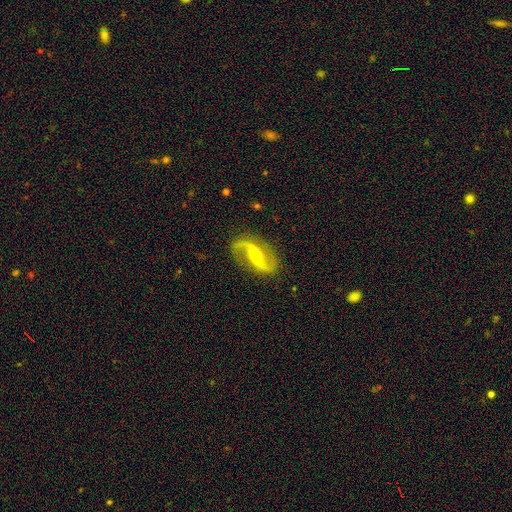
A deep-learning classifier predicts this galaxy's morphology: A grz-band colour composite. It shows a featured or disk galaxy (91%) with a strong bar (35%), 2 (93%) loose (68%) spiral arms (97%) and a small central bulge (61%). Merging: none (84%).